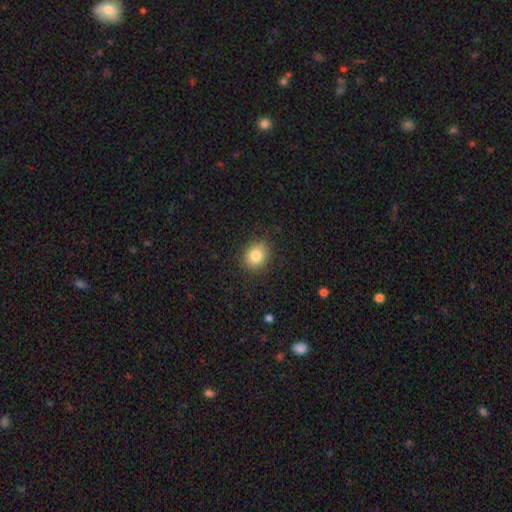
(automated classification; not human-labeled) smooth_or_featured: smooth (p=0.82) [alt: star or artifact p=0.10]
how_rounded: round (p=0.69) [alt: in between p=0.30]
merging: none (p=0.84) [alt: minor disturbance p=0.11]